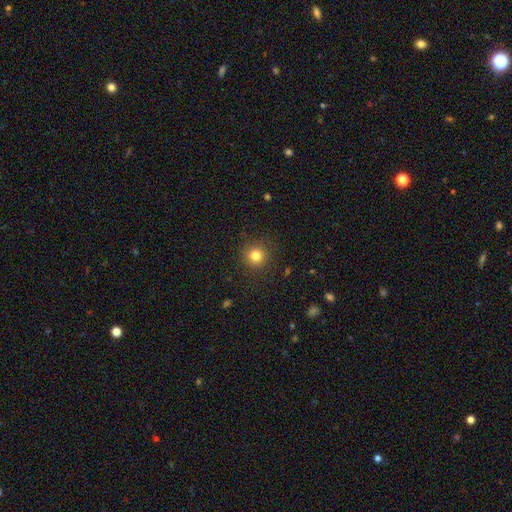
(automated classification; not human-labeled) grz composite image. It shows a smooth galaxy with no disk features (81%) that is round (94%). Merging: none (89%).